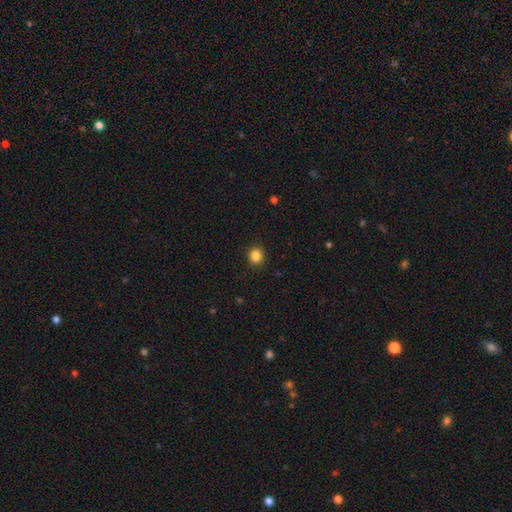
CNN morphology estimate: Smooth or featured? smooth (85%)
How rounded? round (85%)
Merging? none (91%)